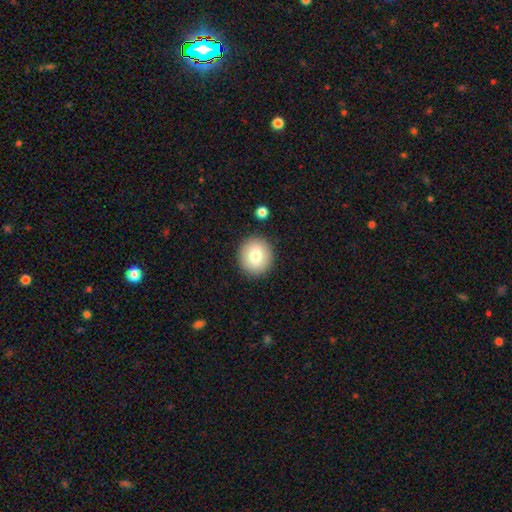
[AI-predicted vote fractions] smooth 78%, featured or disk 13%, star or artifact 8%. Down the decision tree: how rounded — round (85%); merging — none (89%).